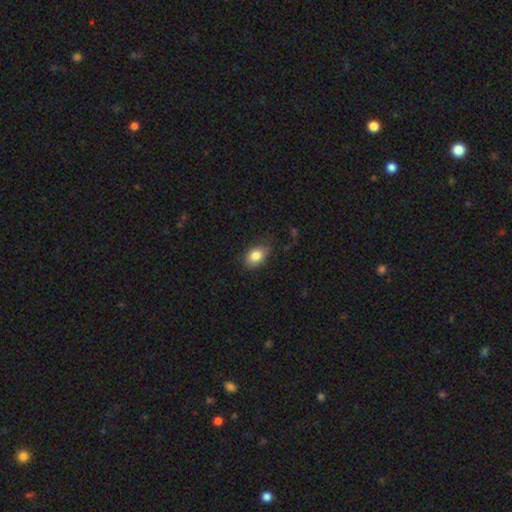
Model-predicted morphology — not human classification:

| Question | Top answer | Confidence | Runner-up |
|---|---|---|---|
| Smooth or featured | smooth | 82% | featured or disk (10%) |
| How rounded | in between | 79% | round (19%) |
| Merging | none | 72% | minor disturbance (21%) |